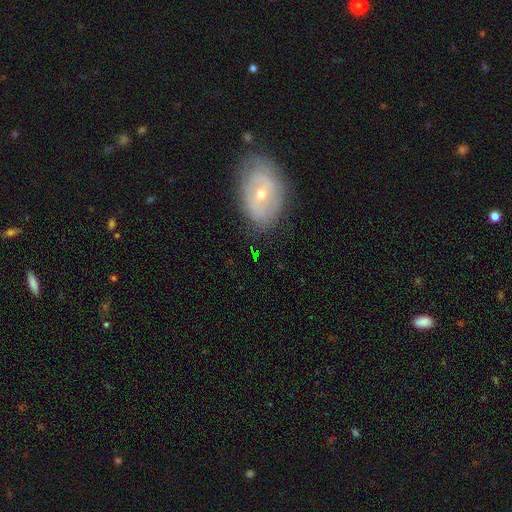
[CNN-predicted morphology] This appears to be a smooth galaxy with no disk features (45%). Merging: none (69%).